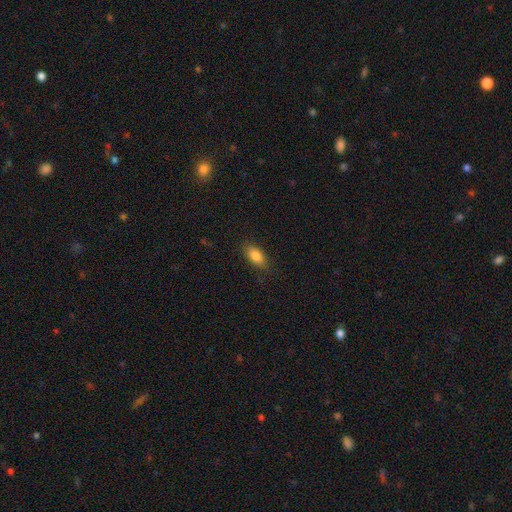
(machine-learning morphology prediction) The model was most divided on "merging": none: 82%, minor disturbance: 13%, major disturbance: 3%, merger: 1%. More confident: how rounded — in between (87%); smooth or featured — smooth (85%).